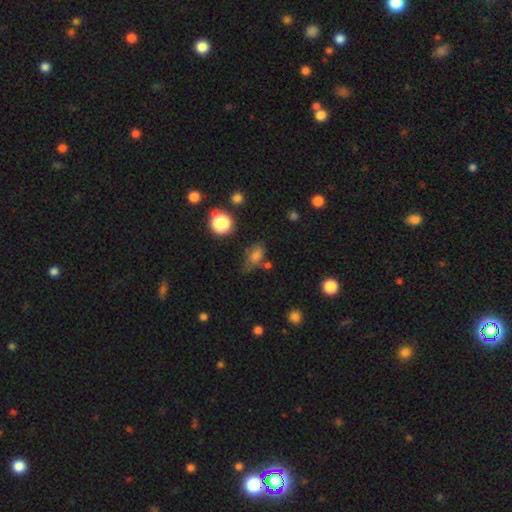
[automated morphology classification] Smooth or featured? smooth (74%)
How rounded? in between (76%)
Merging? none (50%)